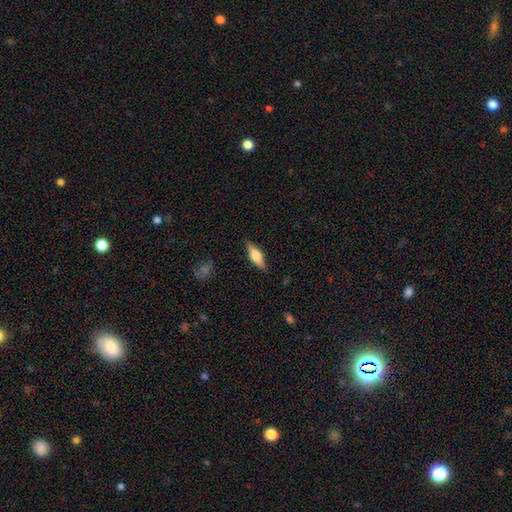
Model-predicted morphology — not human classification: This is possibly a featured or disk galaxy (50%). It is clearly viewed edge-on (95%). Merging: clearly none (87%).